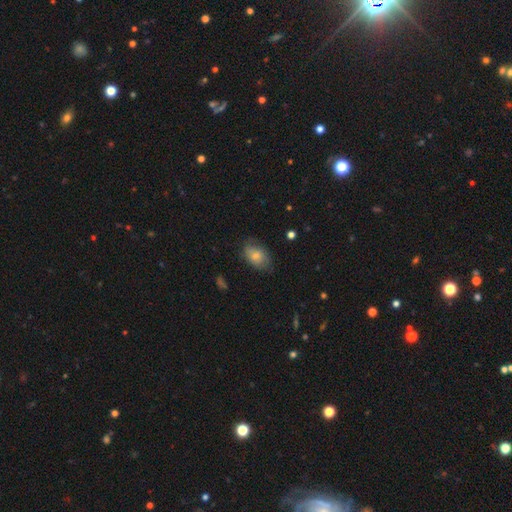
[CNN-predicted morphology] Smooth or featured: smooth — 76% (featured or disk — 16%)
How rounded: in between — 87% (round — 12%)
Merging: none — 66% (minor disturbance — 25%)